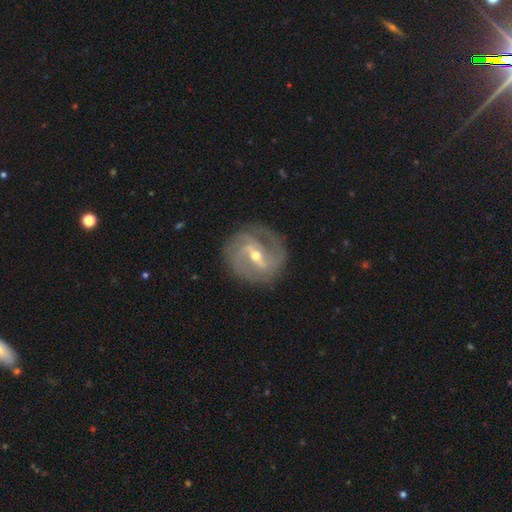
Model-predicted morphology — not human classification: Smooth or featured? featured or disk (84%)
Edge-on disk? no (95%)
Bar? strong (48%)
Spiral arms? yes (92%)
Spiral winding? tight (47%)
Spiral arm count? 2 (64%)
Bulge size? small (49%)
Merging? none (82%)